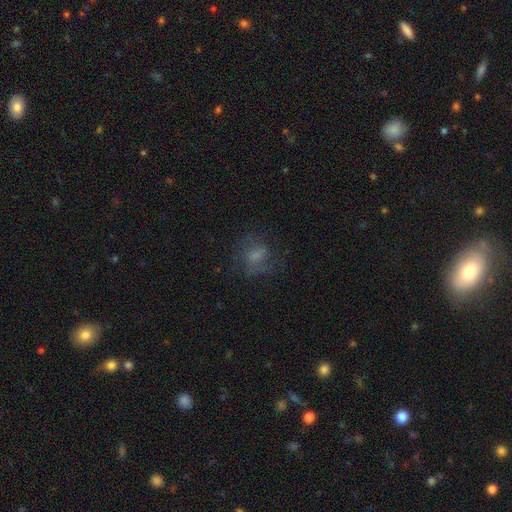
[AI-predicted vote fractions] A smooth galaxy with no disk features (51%) that is round (57%). Merging: none (58%).